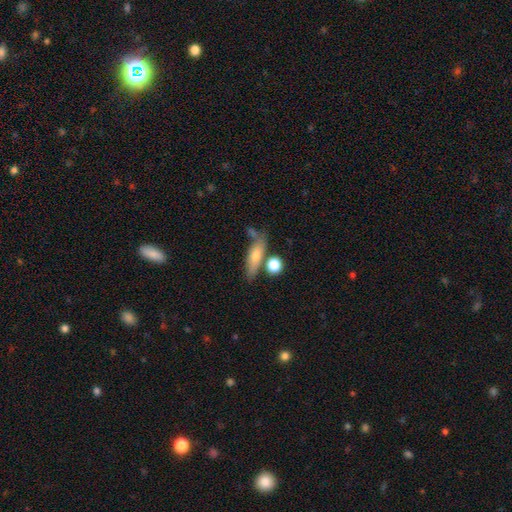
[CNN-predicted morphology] A smooth galaxy with no disk features (63%) that is cigar-shaped (53%). Merging: none (60%).